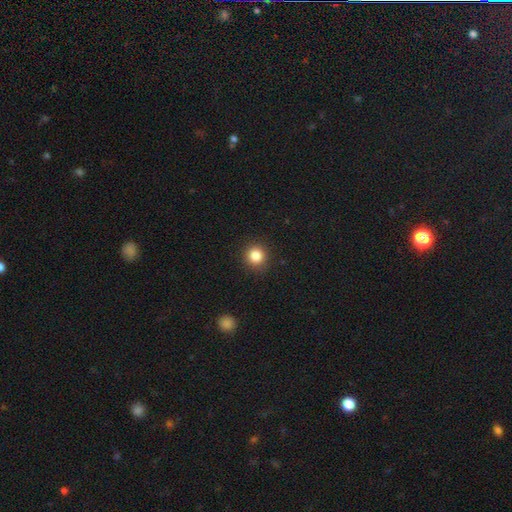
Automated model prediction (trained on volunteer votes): Smooth or featured: smooth — 84% (star or artifact — 11%)
How rounded: round — 91% (in between — 8%)
Merging: none — 90% (minor disturbance — 7%)